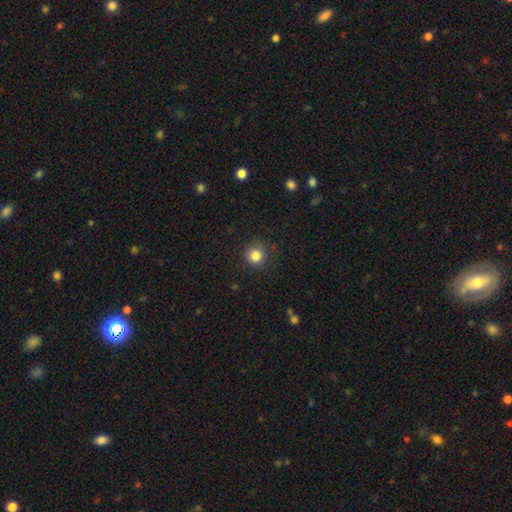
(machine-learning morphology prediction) The model was most divided on "smooth or featured": smooth: 84%, star or artifact: 12%, featured or disk: 5%. More confident: how rounded — round (92%); merging — none (86%).